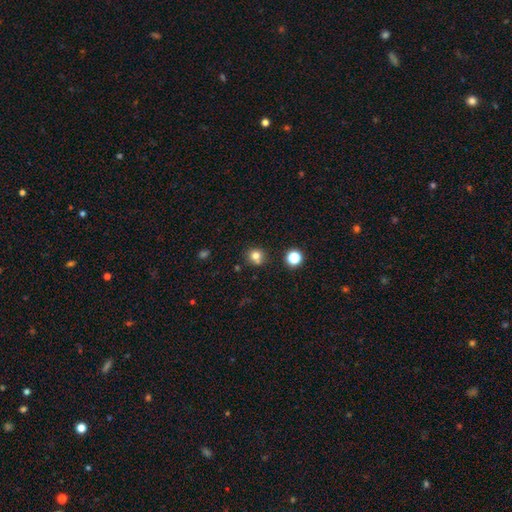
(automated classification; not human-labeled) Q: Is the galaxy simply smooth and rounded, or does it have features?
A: smooth — 76%.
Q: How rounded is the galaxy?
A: round — 87%.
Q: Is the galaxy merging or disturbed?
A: none — 70%.